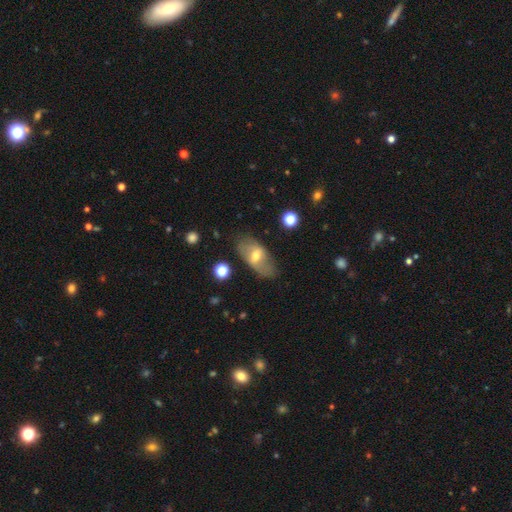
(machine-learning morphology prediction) type=featured or disk (47%); merging=none (71%).